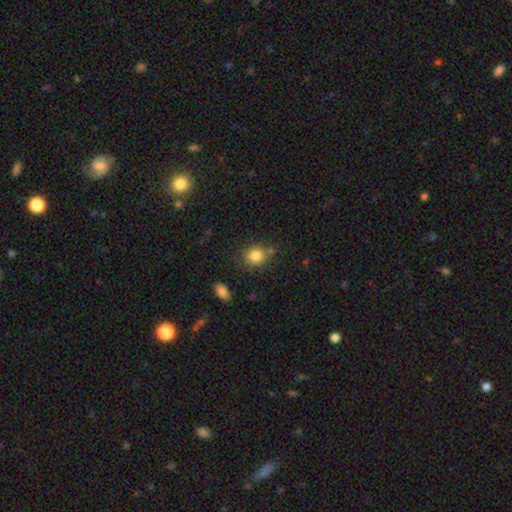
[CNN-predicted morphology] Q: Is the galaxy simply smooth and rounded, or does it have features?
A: smooth — 84%.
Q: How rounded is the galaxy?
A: round — 75%.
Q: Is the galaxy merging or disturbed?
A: none — 73%.